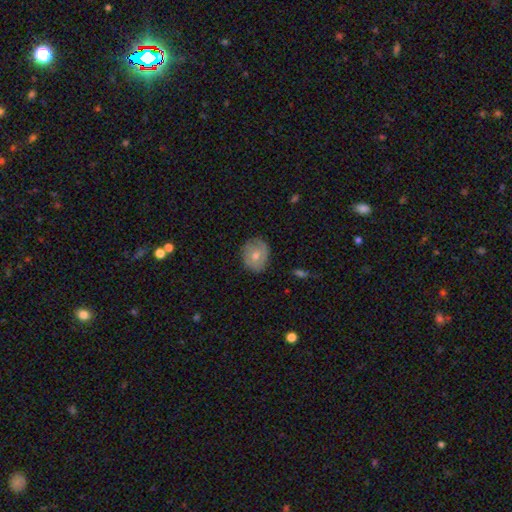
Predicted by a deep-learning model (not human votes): A featured or disk galaxy (49%).

Vote fractions:
- Smooth or featured? featured or disk: 49% / smooth: 42% / star or artifact: 9%
- Merging? none: 79% / minor disturbance: 16% / major disturbance: 4% / merger: 1%